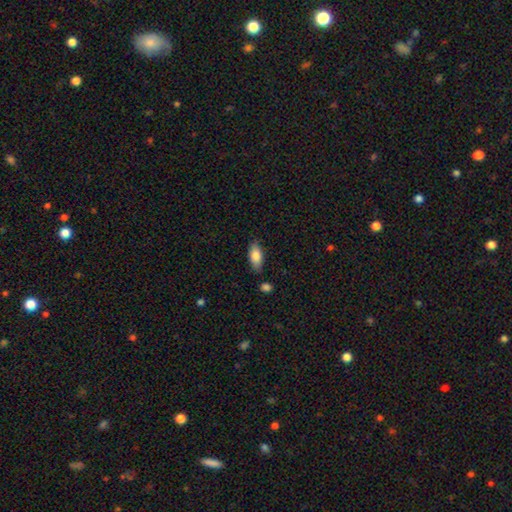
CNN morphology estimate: Smooth or featured?
  - smooth: 81% *
  - featured or disk: 12%
  - star or artifact: 7%
How rounded?
  - in between: 85% *
  - cigar-shaped: 12%
  - round: 3%
Merging?
  - none: 78% *
  - minor disturbance: 15%
  - merger: 4%
  - major disturbance: 3%